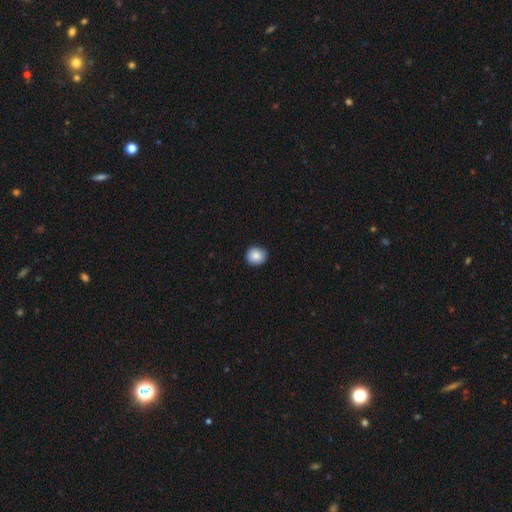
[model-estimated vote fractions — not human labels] smooth_or_featured: smooth (p=0.86) [alt: star or artifact p=0.08]
how_rounded: round (p=0.86) [alt: in between p=0.13]
merging: none (p=0.89) [alt: minor disturbance p=0.08]